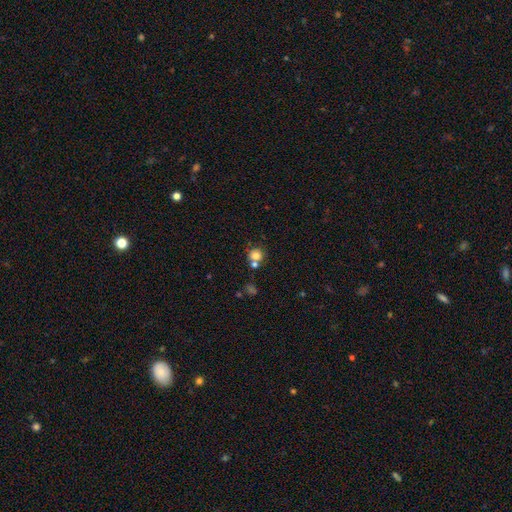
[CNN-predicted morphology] smooth-or-featured: smooth: 77% | star or artifact: 13% | featured or disk: 10%
  how-rounded: round: 85% | in between: 14% | cigar-shaped: 1%
  merging: none: 58% | merger: 26% | minor disturbance: 11% | major disturbance: 5%